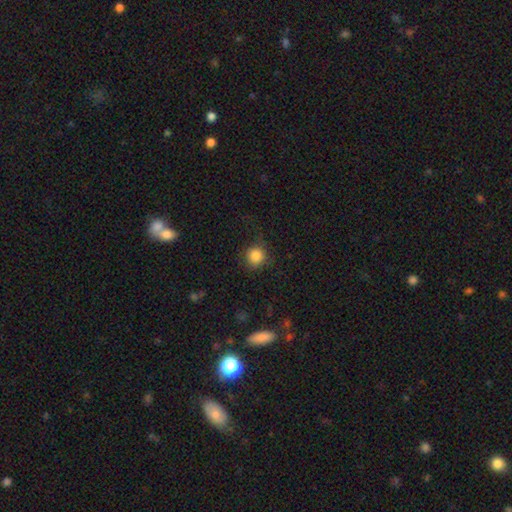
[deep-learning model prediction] Q: Smooth or featured?
A: smooth (84%); runner-up: star or artifact (11%)
Q: How rounded?
A: round (91%); runner-up: in between (8%)
Q: Merging?
A: none (75%); runner-up: minor disturbance (15%)